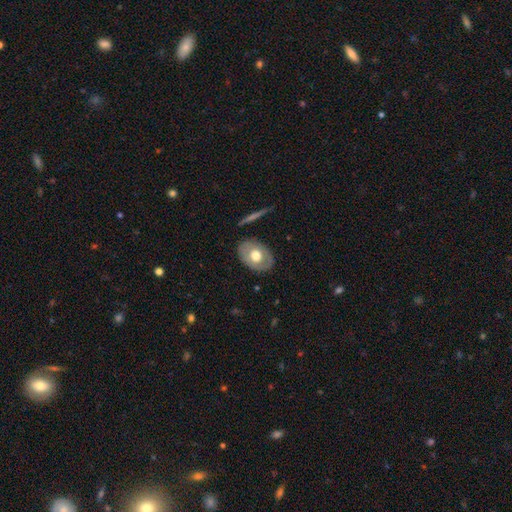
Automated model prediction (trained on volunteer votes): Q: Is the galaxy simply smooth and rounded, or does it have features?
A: smooth — 52%.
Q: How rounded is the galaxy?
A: in between — 78%.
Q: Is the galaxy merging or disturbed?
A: none — 83%.